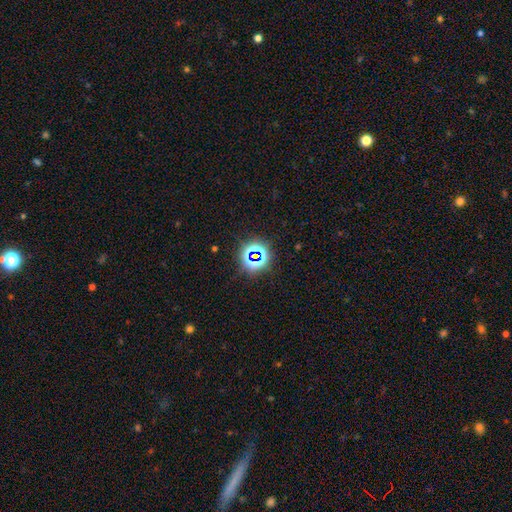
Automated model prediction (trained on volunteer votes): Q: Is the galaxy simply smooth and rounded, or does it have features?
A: star or artifact — 70%.